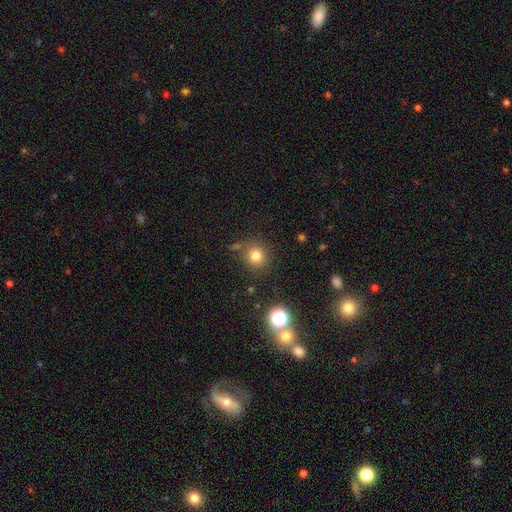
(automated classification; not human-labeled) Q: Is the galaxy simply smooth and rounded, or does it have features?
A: smooth — 79%.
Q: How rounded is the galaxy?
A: round — 91%.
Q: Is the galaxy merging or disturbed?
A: none — 78%.